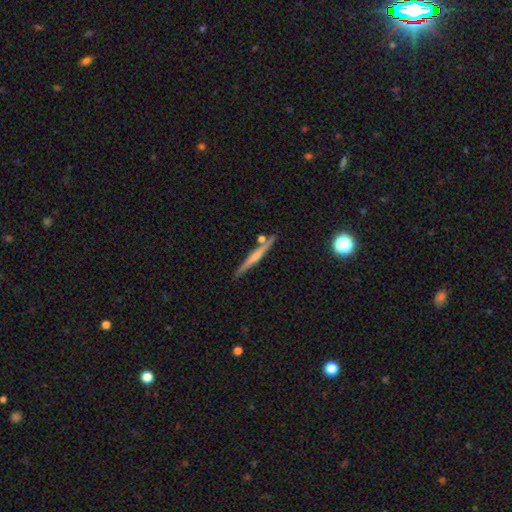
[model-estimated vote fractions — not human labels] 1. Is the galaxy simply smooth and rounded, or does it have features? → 48% featured or disk, 45% smooth, 7% star or artifact.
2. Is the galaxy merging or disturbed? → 81% none, 10% minor disturbance, 7% merger, 2% major disturbance.